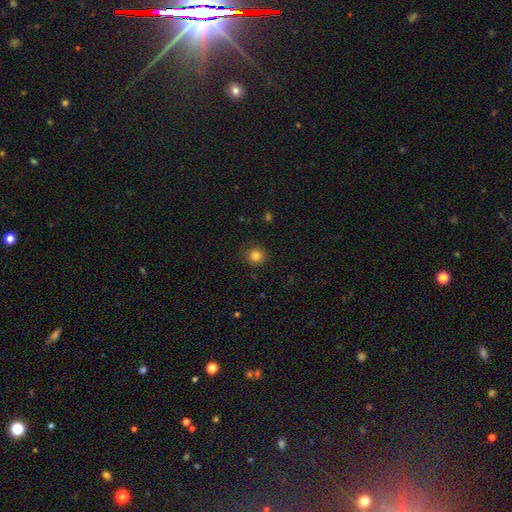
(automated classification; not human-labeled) Overall: smooth (83%). How rounded: round (92%). Merging: none (89%).